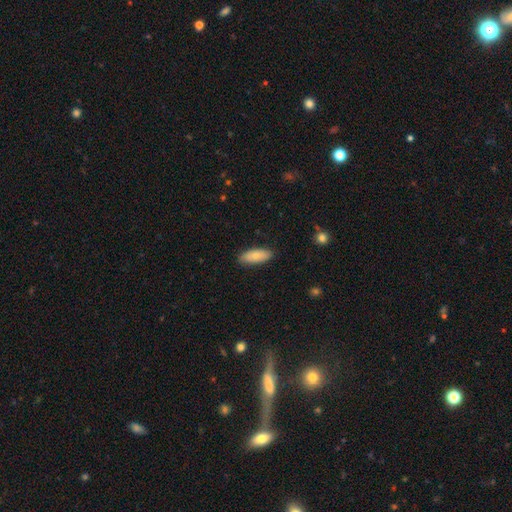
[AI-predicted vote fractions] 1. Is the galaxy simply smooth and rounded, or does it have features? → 76% smooth, 18% featured or disk, 6% star or artifact.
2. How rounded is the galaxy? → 76% in between, 22% cigar-shaped, 2% round.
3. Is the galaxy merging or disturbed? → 87% none, 10% minor disturbance, 2% major disturbance, 1% merger.